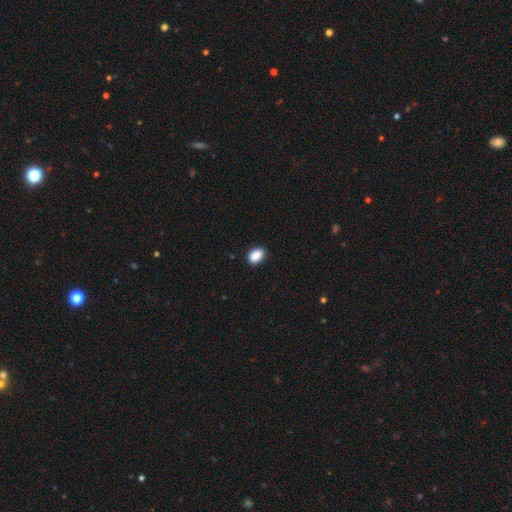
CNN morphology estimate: The model was most divided on "how rounded": in between: 79%, round: 20%, cigar-shaped: 1%. More confident: smooth or featured — smooth (89%); merging — none (88%).